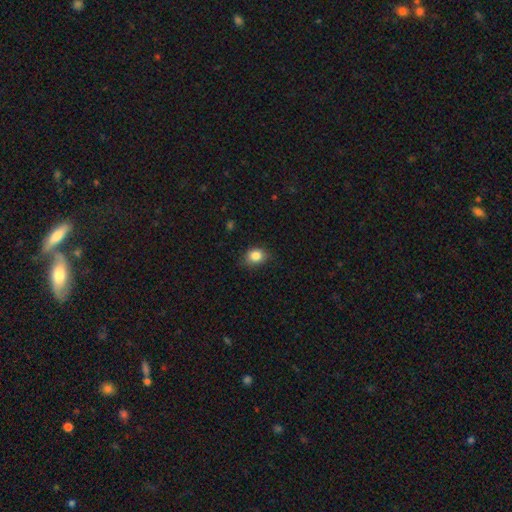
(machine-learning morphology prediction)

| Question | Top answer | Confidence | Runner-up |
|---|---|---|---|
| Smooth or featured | smooth | 85% | star or artifact (10%) |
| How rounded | round | 51% | in between (48%) |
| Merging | none | 77% | minor disturbance (19%) |